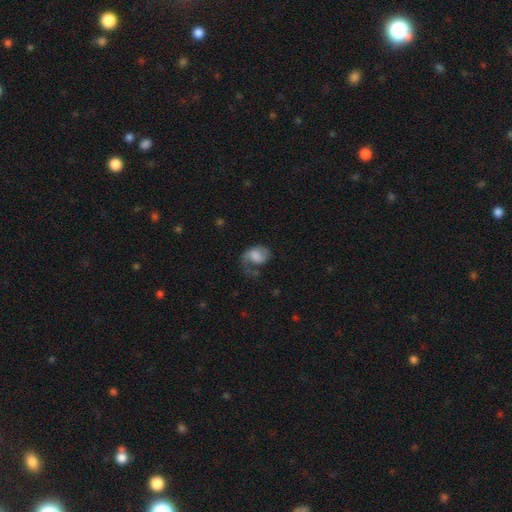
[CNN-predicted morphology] smooth_or_featured: featured or disk (p=0.48) [alt: smooth p=0.44]
merging: major disturbance (p=0.42) [alt: none p=0.32]